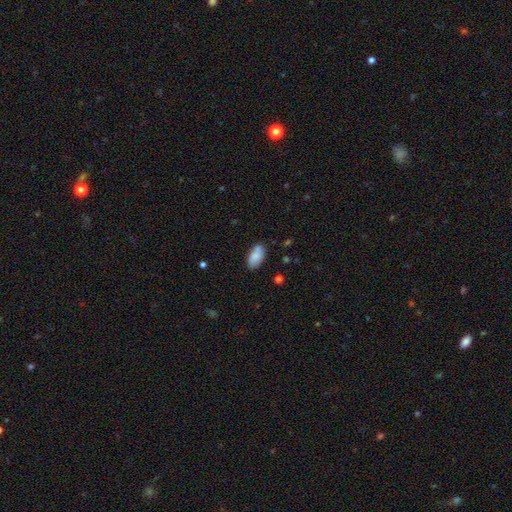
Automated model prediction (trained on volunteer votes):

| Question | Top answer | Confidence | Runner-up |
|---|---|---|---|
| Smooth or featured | smooth | 83% | featured or disk (10%) |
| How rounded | in between | 93% | cigar-shaped (4%) |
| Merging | none | 71% | minor disturbance (17%) |